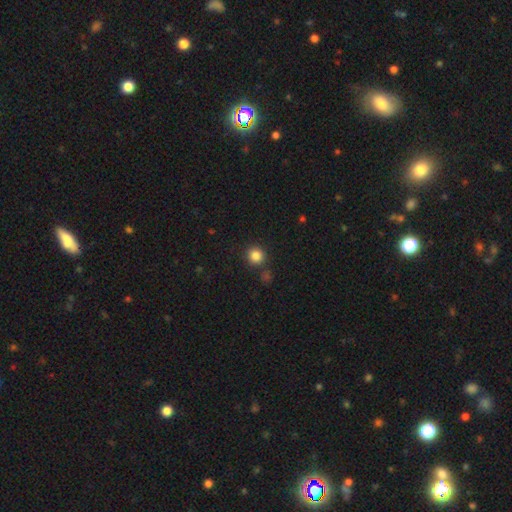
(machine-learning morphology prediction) Q: Smooth or featured?
A: smooth (84%); runner-up: star or artifact (12%)
Q: How rounded?
A: round (92%); runner-up: in between (8%)
Q: Merging?
A: none (83%); runner-up: minor disturbance (8%)